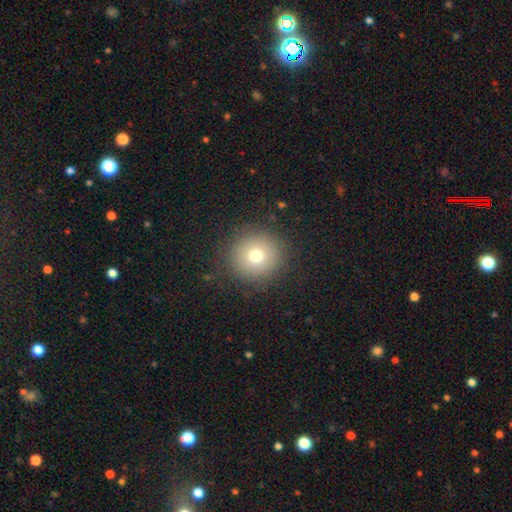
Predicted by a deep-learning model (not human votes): Overall: smooth (73%). How rounded: round (95%). Merging: none (89%).